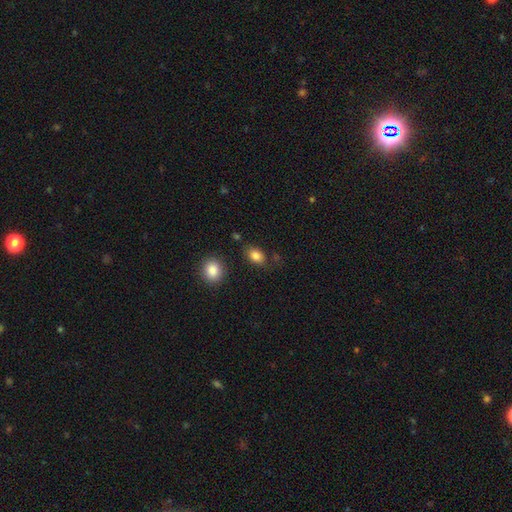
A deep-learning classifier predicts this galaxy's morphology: A smooth galaxy with no disk features (85%) that is in between round and cigar-shaped (79%).

Vote fractions:
- Smooth or featured? smooth: 85% / star or artifact: 9% / featured or disk: 5%
- How rounded? in between: 79% / round: 19% / cigar-shaped: 2%
- Merging? none: 76% / minor disturbance: 15% / merger: 5% / major disturbance: 4%